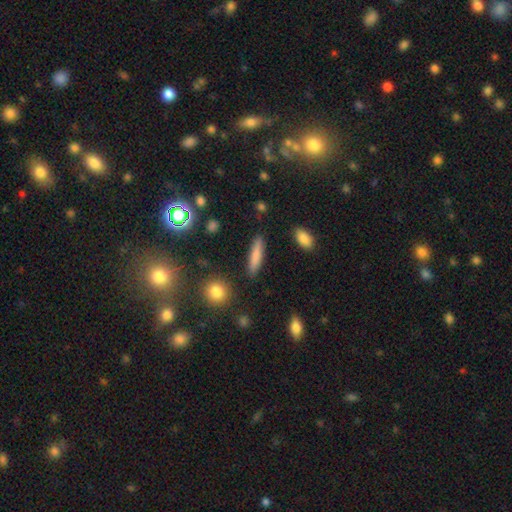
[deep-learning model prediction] smooth_or_featured: smooth (p=0.77) [alt: featured or disk p=0.16]
how_rounded: cigar-shaped (p=0.80) [alt: in between p=0.18]
merging: none (p=0.88) [alt: minor disturbance p=0.08]